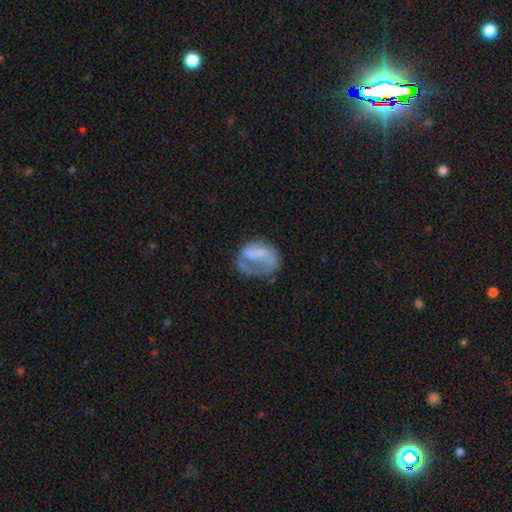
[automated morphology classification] Smooth or featured?
  - smooth: 46% *
  - featured or disk: 43%
  - star or artifact: 11%
Merging?
  - major disturbance: 42% *
  - none: 31%
  - minor disturbance: 22%
  - merger: 4%